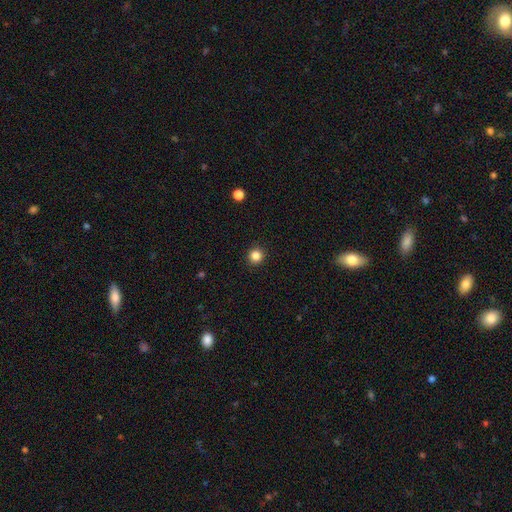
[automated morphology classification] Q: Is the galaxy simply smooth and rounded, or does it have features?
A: smooth — 85%.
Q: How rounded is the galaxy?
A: round — 95%.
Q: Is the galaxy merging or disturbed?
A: none — 93%.